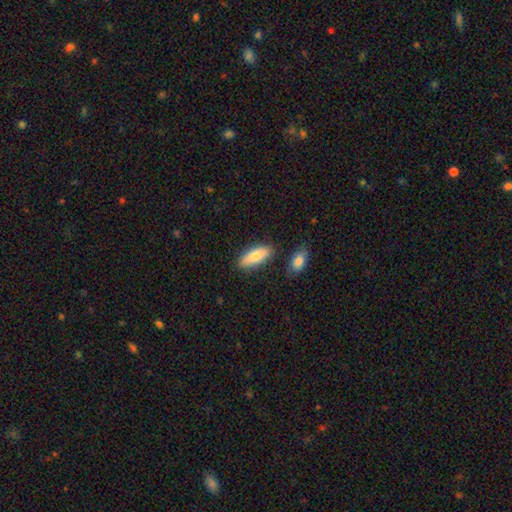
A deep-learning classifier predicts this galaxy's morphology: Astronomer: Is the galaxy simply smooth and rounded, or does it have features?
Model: smooth — 80%.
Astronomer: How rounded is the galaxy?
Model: in between — 75%.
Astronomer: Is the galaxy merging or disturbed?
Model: none — 80%.